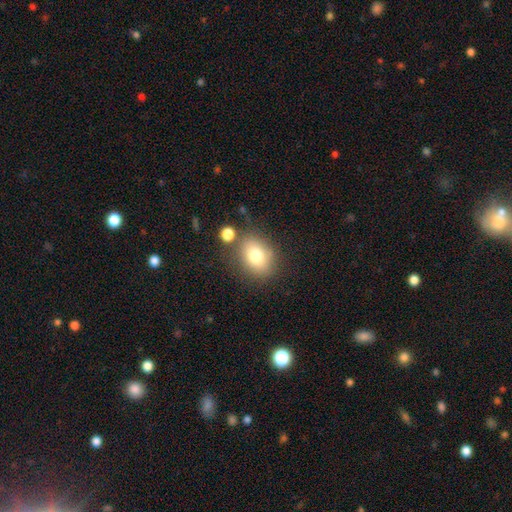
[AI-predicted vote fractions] Smooth or featured?
  - smooth: 78% *
  - featured or disk: 12%
  - star or artifact: 10%
How rounded?
  - in between: 57% *
  - round: 42%
  - cigar-shaped: 1%
Merging?
  - none: 72% *
  - minor disturbance: 14%
  - merger: 9%
  - major disturbance: 5%